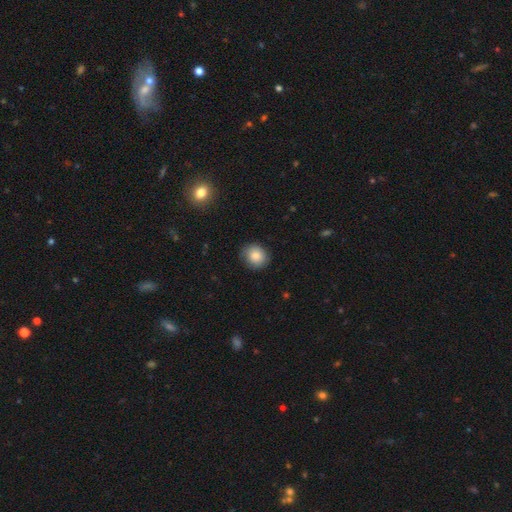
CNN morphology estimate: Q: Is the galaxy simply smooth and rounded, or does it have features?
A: smooth — 85%.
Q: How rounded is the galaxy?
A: round — 75%.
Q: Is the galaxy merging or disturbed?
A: none — 84%.